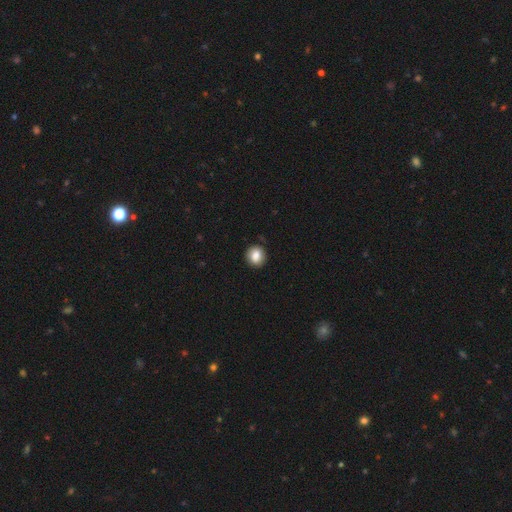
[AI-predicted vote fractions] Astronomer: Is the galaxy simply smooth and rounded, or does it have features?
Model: smooth — 84%.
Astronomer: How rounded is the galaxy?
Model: round — 78%.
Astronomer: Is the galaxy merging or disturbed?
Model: none — 88%.